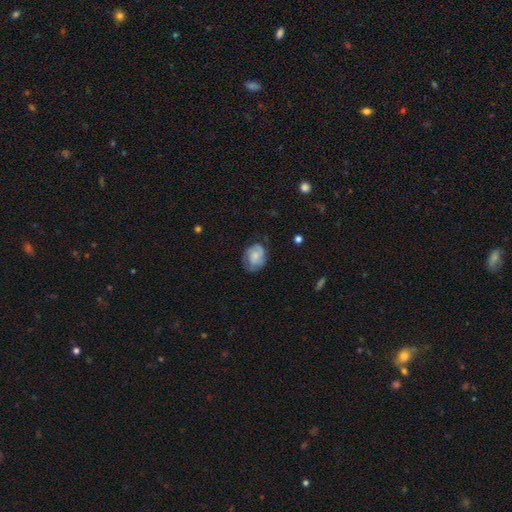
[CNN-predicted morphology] Smooth or featured? smooth (46%, tied with featured or disk)
Merging? none (63%)